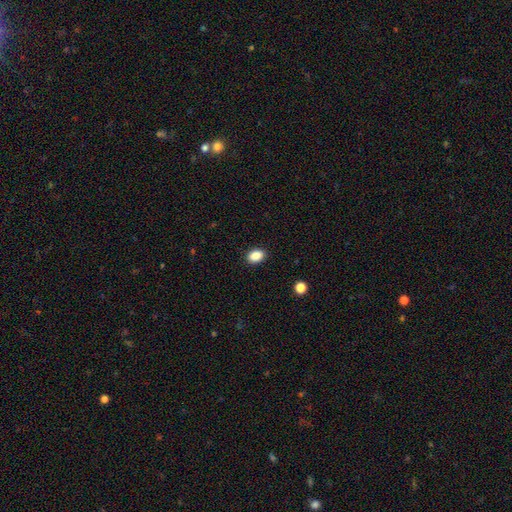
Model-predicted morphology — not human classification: smooth_or_featured: smooth (p=0.88) [alt: star or artifact p=0.09]
how_rounded: in between (p=0.81) [alt: round p=0.18]
merging: none (p=0.90) [alt: minor disturbance p=0.07]